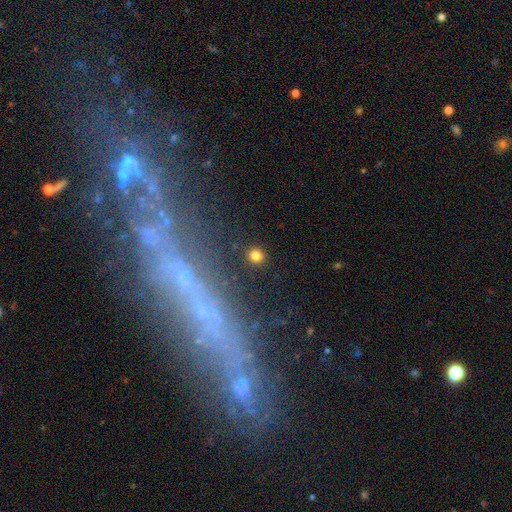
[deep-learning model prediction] Smooth or featured? smooth (79%)
How rounded? round (85%)
Merging? none (89%)